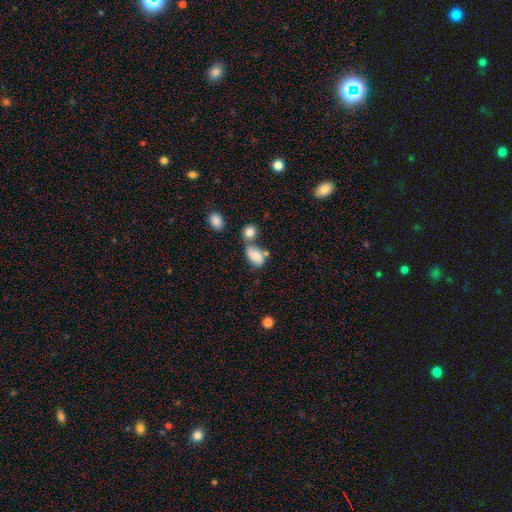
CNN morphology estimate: Overall: smooth (74%). How rounded: in between (87%). Merging: none (38%; merger 32%).